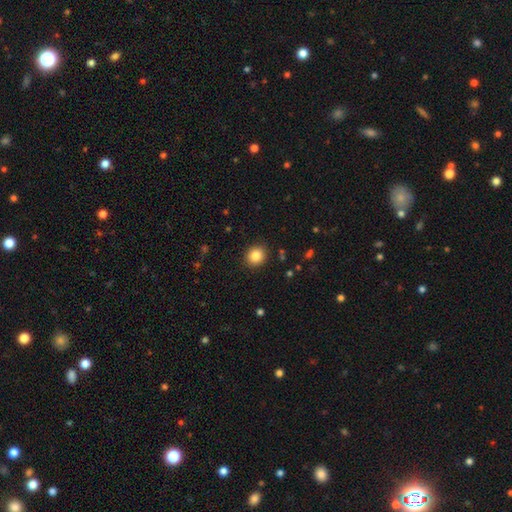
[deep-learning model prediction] Smooth or featured: smooth — 85% (star or artifact — 10%)
How rounded: round — 84% (in between — 15%)
Merging: none — 90% (minor disturbance — 6%)